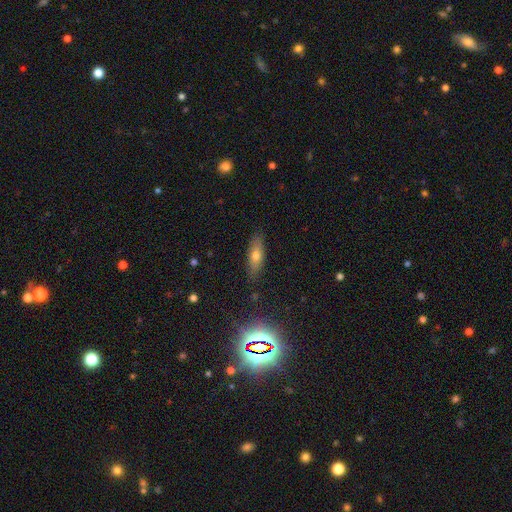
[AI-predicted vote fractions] Smooth or featured: smooth — 60% (featured or disk — 28%)
How rounded: in between — 52% (cigar-shaped — 44%)
Merging: none — 85% (minor disturbance — 11%)